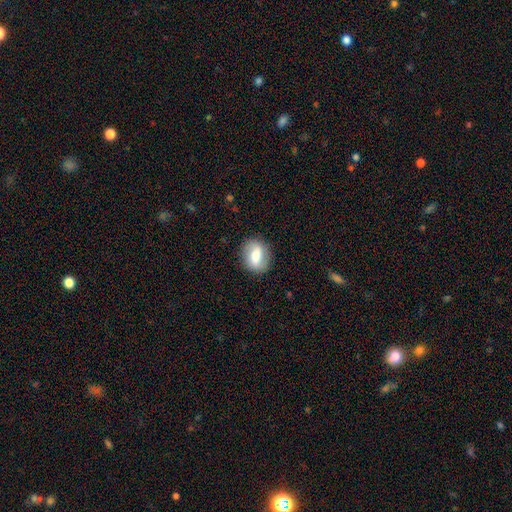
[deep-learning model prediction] A smooth galaxy with no disk features (63%) that is in between round and cigar-shaped (53%).

Vote fractions:
- Smooth or featured? smooth: 63% / featured or disk: 30% / star or artifact: 7%
- How rounded? in between: 53% / round: 44% / cigar-shaped: 3%
- Merging? none: 85% / minor disturbance: 11% / major disturbance: 3% / merger: 1%